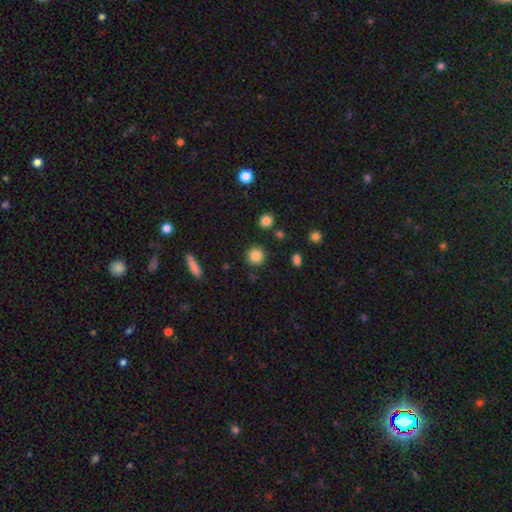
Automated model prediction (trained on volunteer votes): This is clearly a smooth galaxy (85%). How rounded: clearly round (93%). Merging: clearly none (89%).